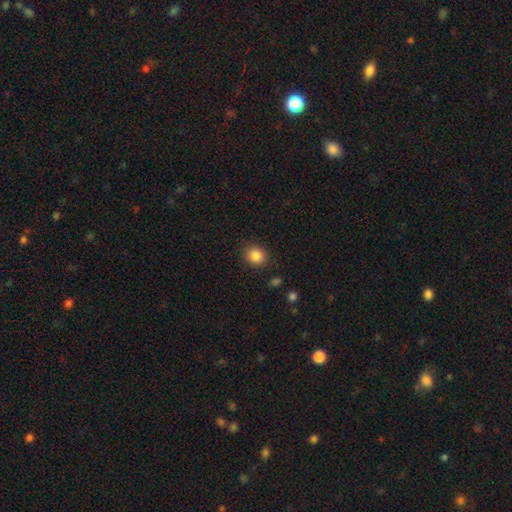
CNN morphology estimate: Smooth or featured?
  - smooth: 86% *
  - star or artifact: 10%
  - featured or disk: 4%
How rounded?
  - round: 74% *
  - in between: 25%
  - cigar-shaped: 1%
Merging?
  - none: 87% *
  - minor disturbance: 9%
  - major disturbance: 3%
  - merger: 2%